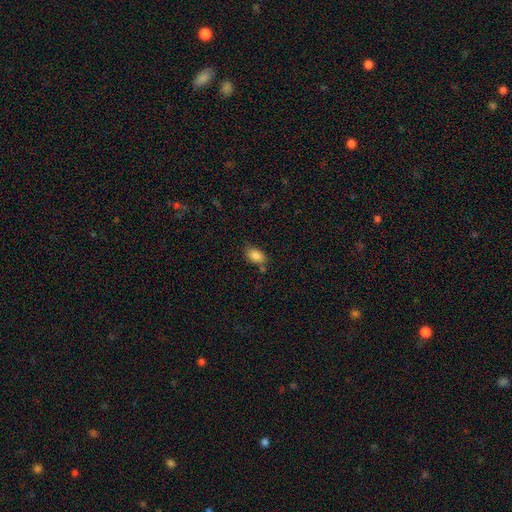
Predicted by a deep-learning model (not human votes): Smooth or featured? smooth (86%)
How rounded? in between (86%)
Merging? none (70%)